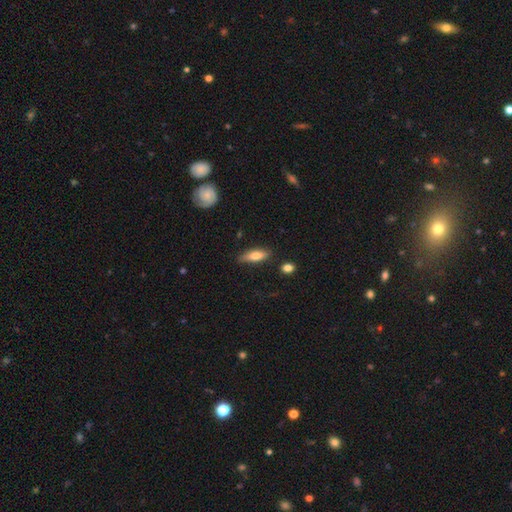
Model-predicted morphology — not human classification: Smooth or featured? Predicted: smooth (p=0.71). How rounded? Predicted: in between (p=0.57). Merging? Predicted: none (p=0.74).